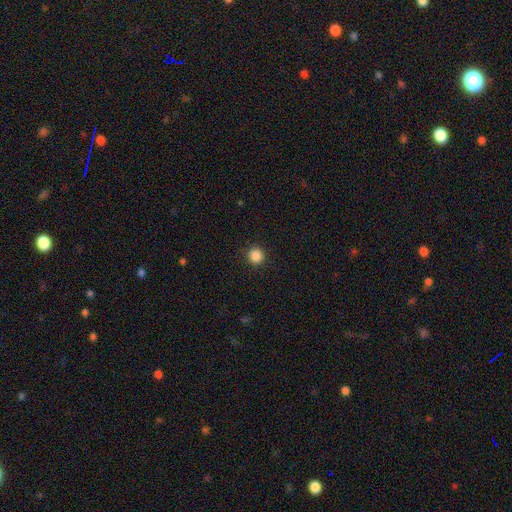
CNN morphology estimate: smooth 87%, star or artifact 10%, featured or disk 3%. Down the decision tree: how rounded — round (94%); merging — none (92%).